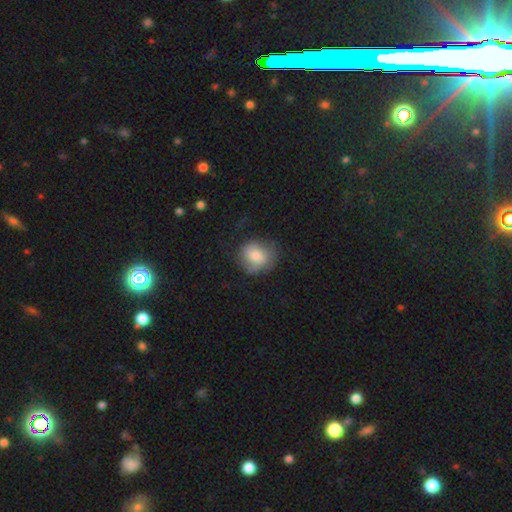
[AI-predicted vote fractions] This is likely a smooth galaxy (69%). How rounded: likely round (71%). Merging: possibly none (57%).